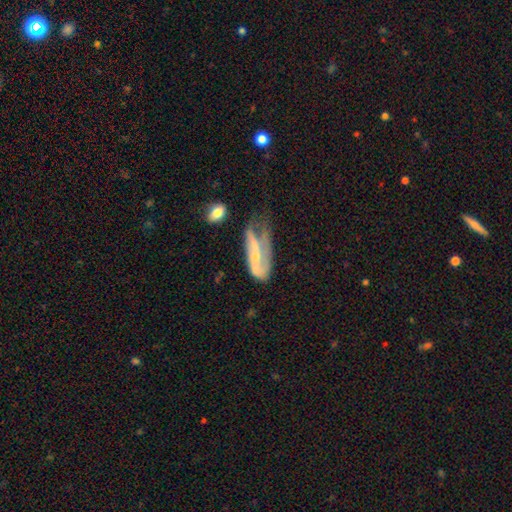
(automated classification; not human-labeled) This appears to be a featured or disk galaxy (68%) with no bar (41%), spiral arms (76%) and a small central bulge (61%). Merging: major disturbance (41%).